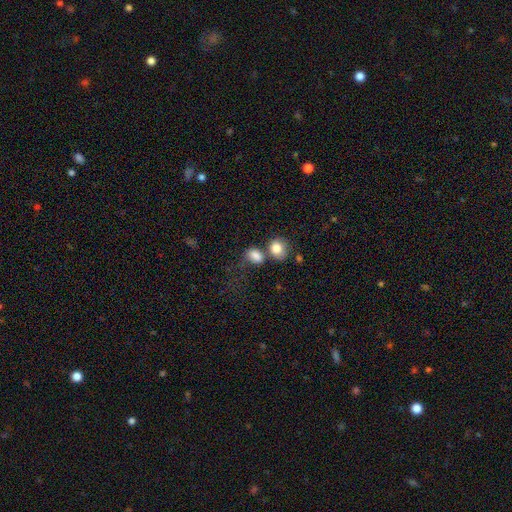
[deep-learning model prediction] Overall: smooth (83%). How rounded: in between (65%; round 33%). Merging: none (41%; merger 36%).